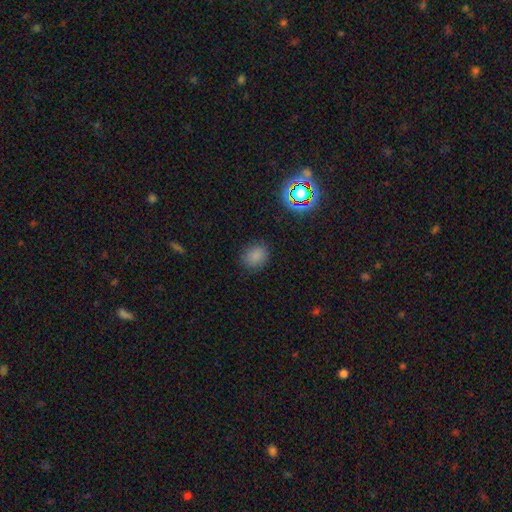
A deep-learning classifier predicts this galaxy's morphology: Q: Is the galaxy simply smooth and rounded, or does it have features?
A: smooth — 80%.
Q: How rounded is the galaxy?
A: round — 61%.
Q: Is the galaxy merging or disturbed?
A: none — 85%.